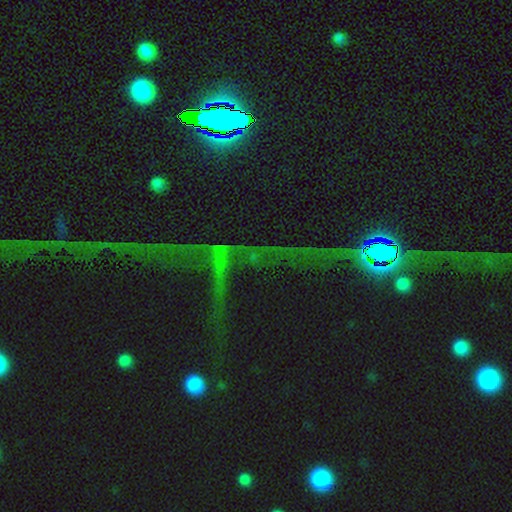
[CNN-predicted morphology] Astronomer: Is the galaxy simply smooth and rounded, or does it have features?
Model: star or artifact — 76%.